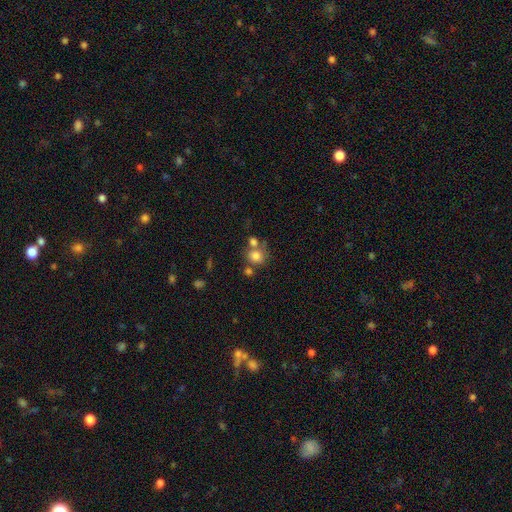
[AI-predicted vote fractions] Smooth or featured? smooth (77%)
How rounded? round (83%)
Merging? none (53%)